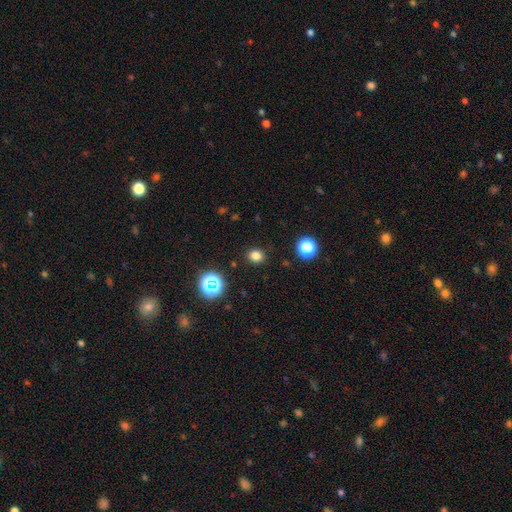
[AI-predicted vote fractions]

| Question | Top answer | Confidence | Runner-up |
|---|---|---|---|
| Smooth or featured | smooth | 79% | star or artifact (17%) |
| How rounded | round | 77% | in between (22%) |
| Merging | none | 90% | minor disturbance (7%) |